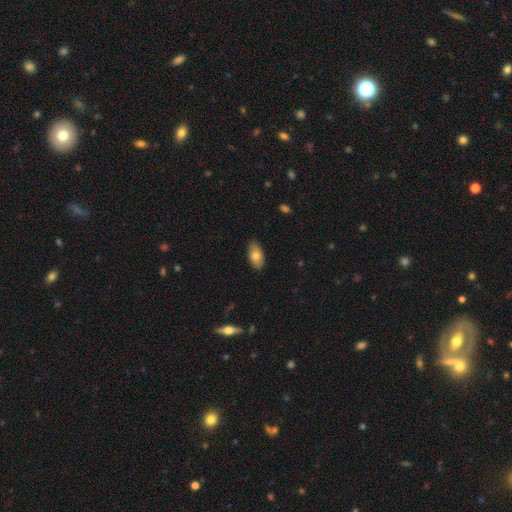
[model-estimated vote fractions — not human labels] Morphology: type=smooth (77%); roundness=in between (94%); merging=none (86%).